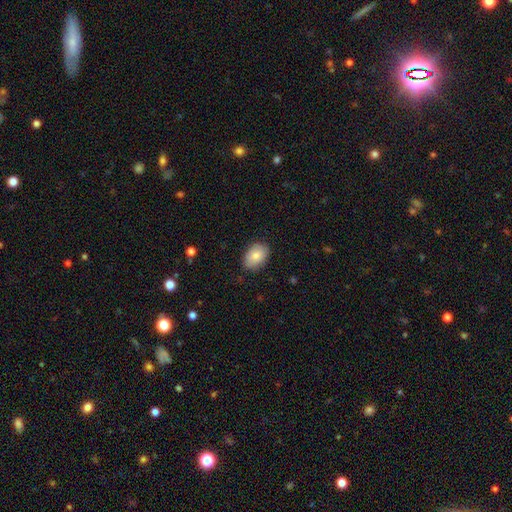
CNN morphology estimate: A smooth galaxy with no disk features (82%) that is in between round and cigar-shaped (82%).

Vote fractions:
- Smooth or featured? smooth: 82% / featured or disk: 11% / star or artifact: 7%
- How rounded? in between: 82% / round: 17% / cigar-shaped: 1%
- Merging? none: 82% / minor disturbance: 14% / major disturbance: 3% / merger: 1%